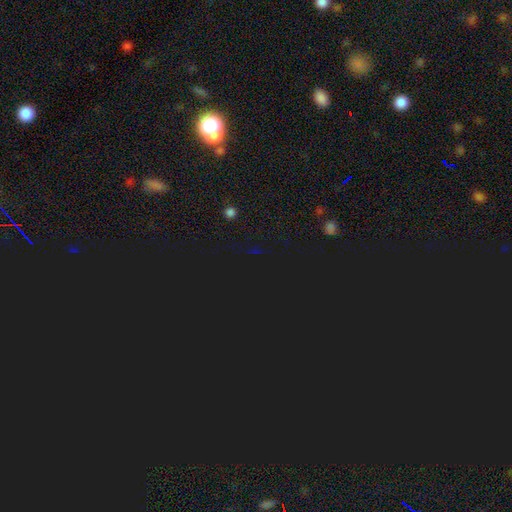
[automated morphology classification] The model was most divided on "smooth or featured": star or artifact: 80%, smooth: 13%, featured or disk: 7%.